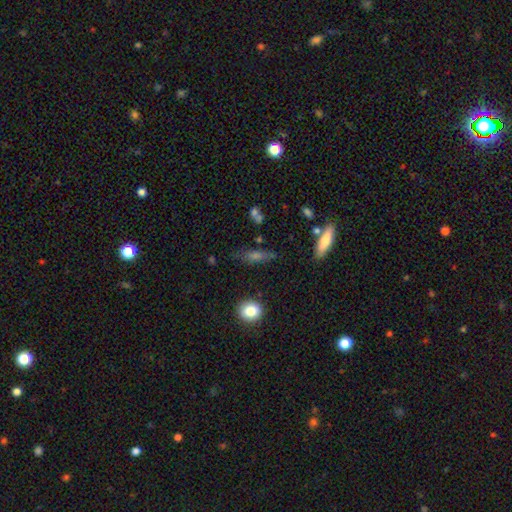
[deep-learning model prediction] Overall: smooth (54%; featured or disk 30%). How rounded: cigar-shaped (57%; in between 33%). Merging: none (75%).